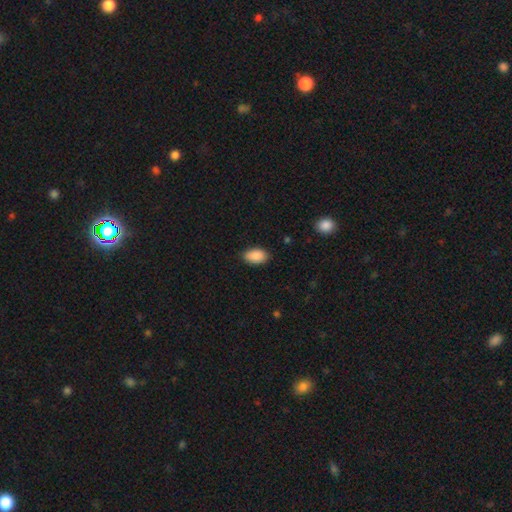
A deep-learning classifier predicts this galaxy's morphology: A smooth galaxy with no disk features (89%) that is in between round and cigar-shaped (93%).

Vote fractions:
- Smooth or featured? smooth: 89% / star or artifact: 7% / featured or disk: 4%
- How rounded? in between: 93% / round: 6% / cigar-shaped: 2%
- Merging? none: 86% / minor disturbance: 11% / major disturbance: 2% / merger: 1%